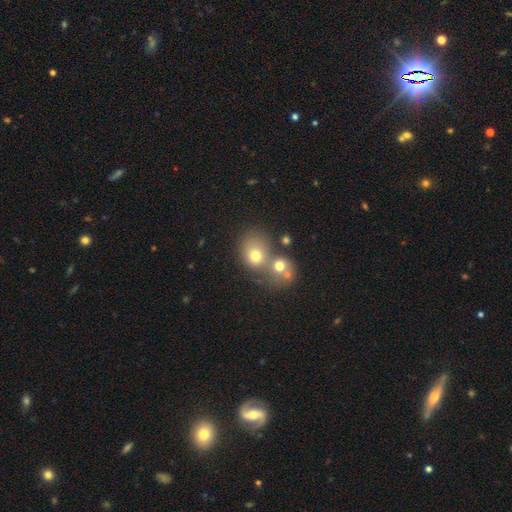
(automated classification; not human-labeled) Smooth or featured? Predicted: smooth (p=0.69). How rounded? Predicted: round (p=0.63). Merging? Predicted: merger (p=0.55).